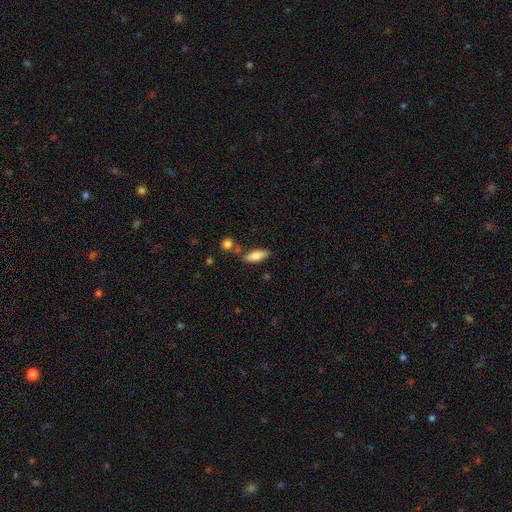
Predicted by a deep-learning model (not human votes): This appears to be a smooth galaxy with no disk features (77%) that is in between round and cigar-shaped (67%). Merging: none (72%).